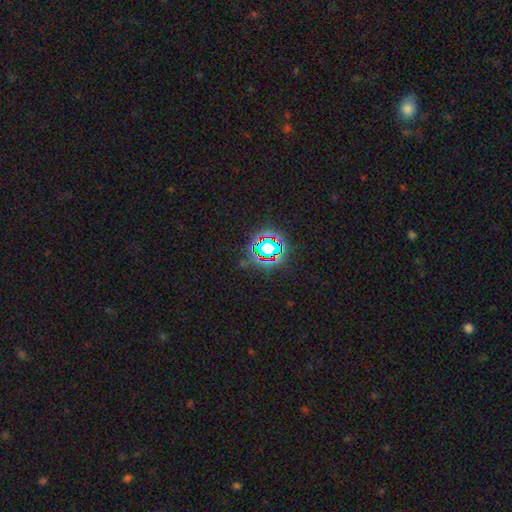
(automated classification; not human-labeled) The model was most divided on "smooth or featured": star or artifact: 79%, smooth: 14%, featured or disk: 7%.